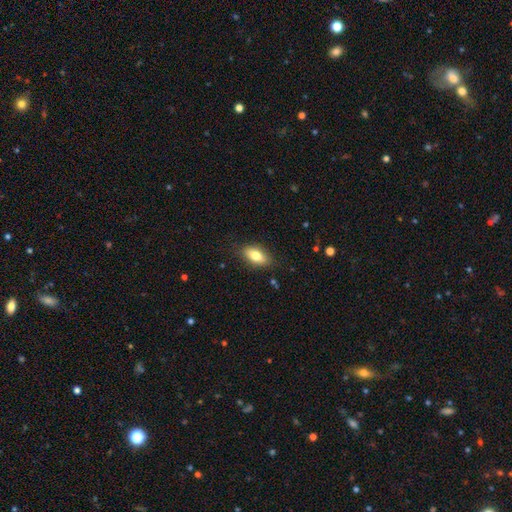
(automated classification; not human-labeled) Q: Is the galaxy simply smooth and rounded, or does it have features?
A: smooth — 78%.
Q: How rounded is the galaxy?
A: in between — 87%.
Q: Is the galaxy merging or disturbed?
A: none — 84%.